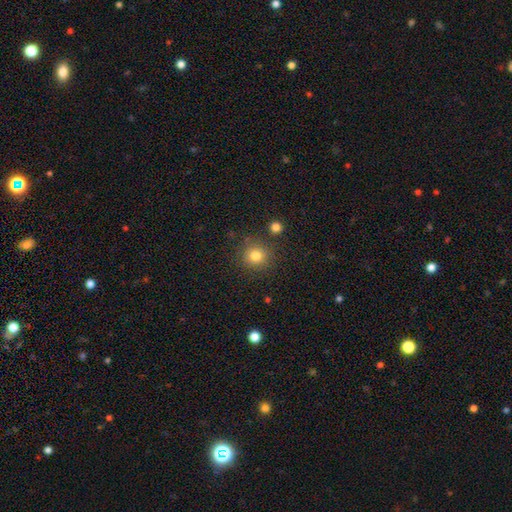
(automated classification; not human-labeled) smooth-or-featured: smooth: 81% | star or artifact: 13% | featured or disk: 7%
  how-rounded: round: 91% | in between: 8% | cigar-shaped: 1%
  merging: none: 83% | minor disturbance: 9% | merger: 4% | major disturbance: 3%